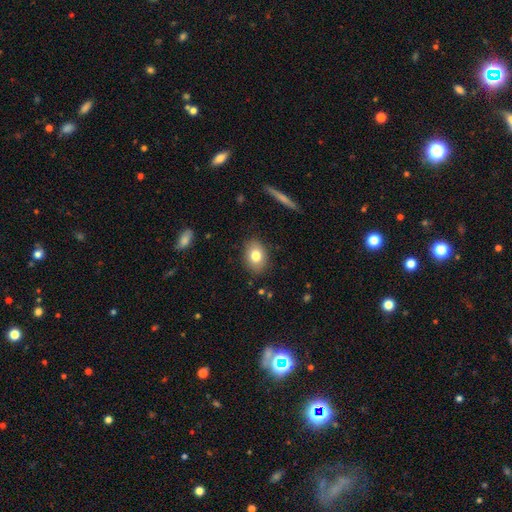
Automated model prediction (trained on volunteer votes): Smooth or featured: smooth — 78% (featured or disk — 13%)
How rounded: in between — 77% (round — 22%)
Merging: none — 87% (minor disturbance — 10%)